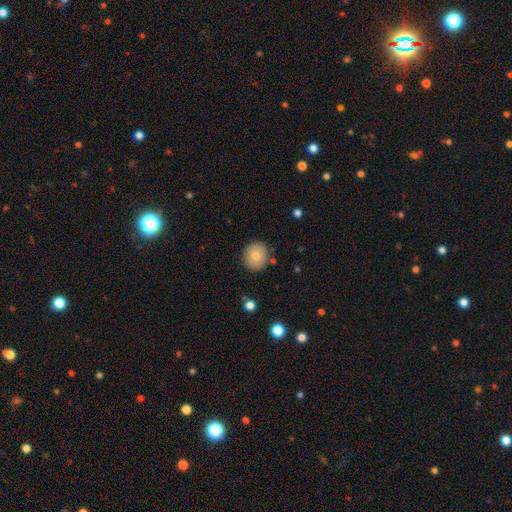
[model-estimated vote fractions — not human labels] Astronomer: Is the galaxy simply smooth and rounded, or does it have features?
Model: smooth — 75%.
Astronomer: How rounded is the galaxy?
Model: round — 89%.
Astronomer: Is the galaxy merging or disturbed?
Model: none — 87%.